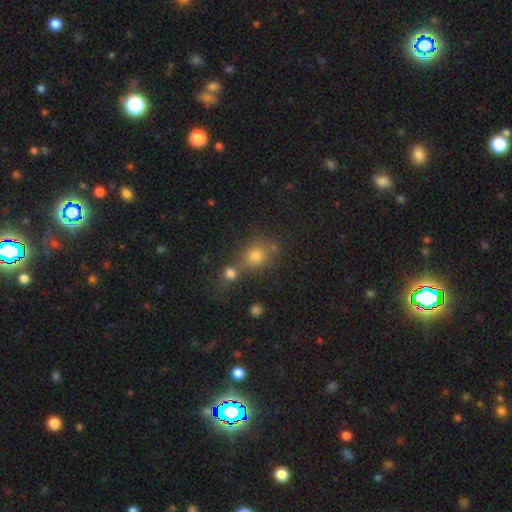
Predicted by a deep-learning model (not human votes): A smooth galaxy with no disk features (75%) that is round (79%).

Vote fractions:
- Smooth or featured? smooth: 75% / star or artifact: 16% / featured or disk: 9%
- How rounded? round: 79% / in between: 20% / cigar-shaped: 1%
- Merging? none: 47% / merger: 38% / minor disturbance: 10% / major disturbance: 5%